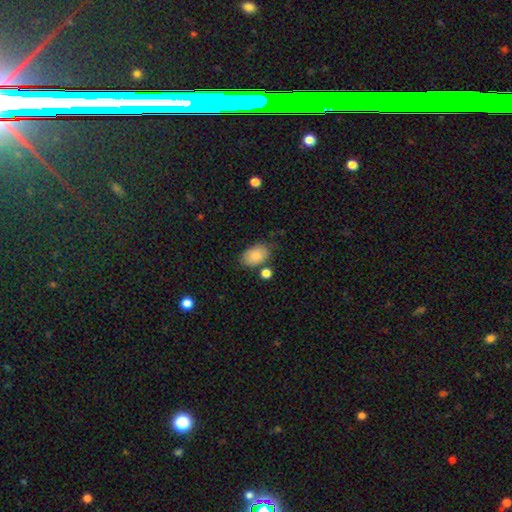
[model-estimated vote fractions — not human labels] smooth-or-featured: smooth: 84% | featured or disk: 8% | star or artifact: 7%
  how-rounded: in between: 87% | round: 12% | cigar-shaped: 1%
  merging: none: 71% | minor disturbance: 17% | merger: 8% | major disturbance: 4%